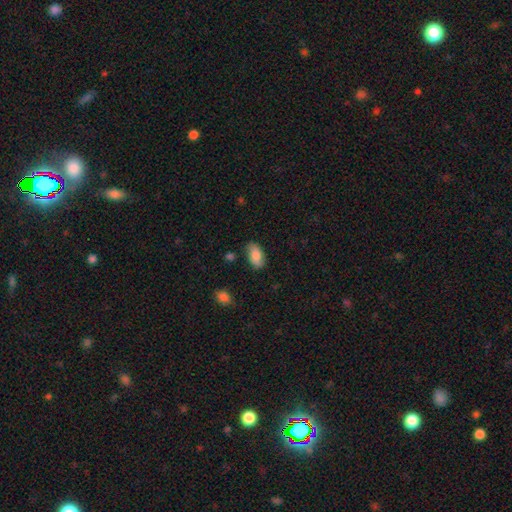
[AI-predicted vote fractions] Smooth or featured? smooth (84%)
How rounded? in between (93%)
Merging? none (77%)